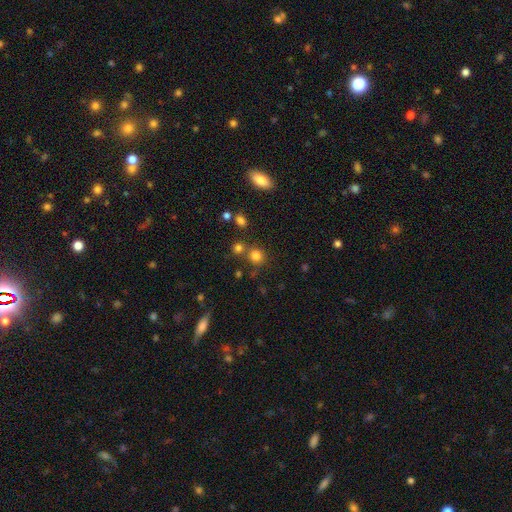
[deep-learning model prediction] Q: Smooth or featured?
A: smooth (78%); runner-up: star or artifact (16%)
Q: How rounded?
A: round (87%); runner-up: in between (12%)
Q: Merging?
A: none (69%); runner-up: merger (18%)